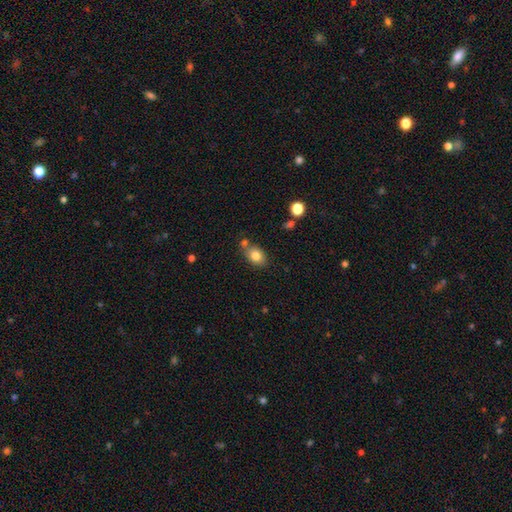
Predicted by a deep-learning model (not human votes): Smooth or featured: smooth — 81% (featured or disk — 10%)
How rounded: in between — 69% (round — 30%)
Merging: none — 66% (merger — 15%)